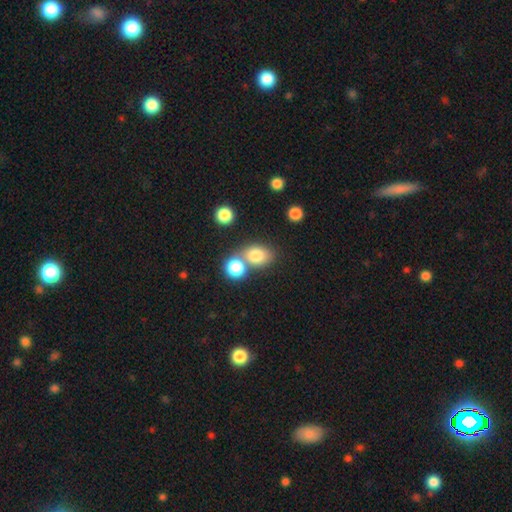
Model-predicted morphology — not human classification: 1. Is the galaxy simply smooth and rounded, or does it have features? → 79% smooth, 11% star or artifact, 10% featured or disk.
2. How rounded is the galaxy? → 53% in between, 45% round, 1% cigar-shaped.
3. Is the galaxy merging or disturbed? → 46% none, 41% merger, 9% minor disturbance, 4% major disturbance.